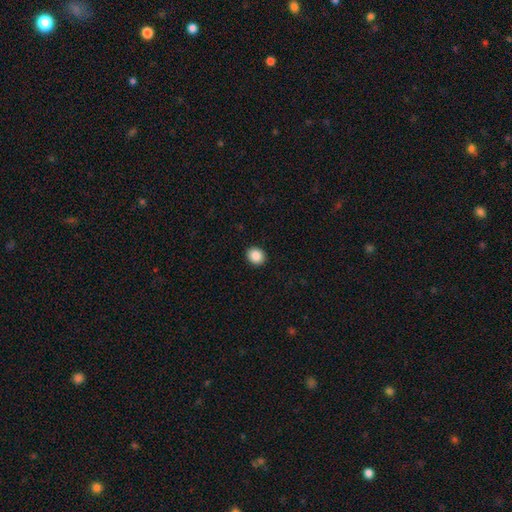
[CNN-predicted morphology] Smooth or featured: smooth — 88% (star or artifact — 8%)
How rounded: round — 69% (in between — 30%)
Merging: none — 92% (minor disturbance — 5%)